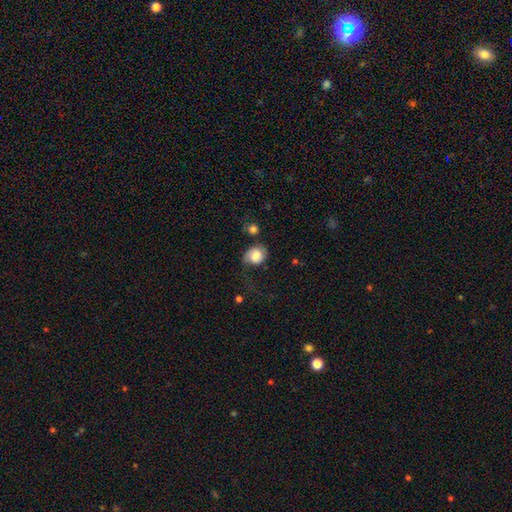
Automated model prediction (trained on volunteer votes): Smooth or featured? smooth (73%)
How rounded? round (59%)
Merging? none (41%)